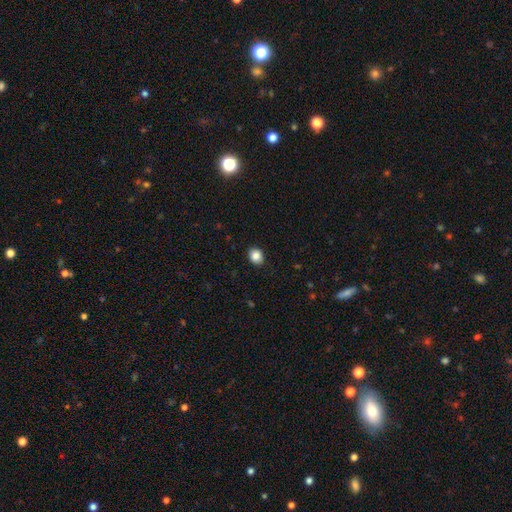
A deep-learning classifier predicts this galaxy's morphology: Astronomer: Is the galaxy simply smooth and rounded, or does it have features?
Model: smooth — 85%.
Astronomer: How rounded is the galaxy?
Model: round — 54% (runner-up: in between, 45%).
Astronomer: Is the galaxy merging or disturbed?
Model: none — 90%.